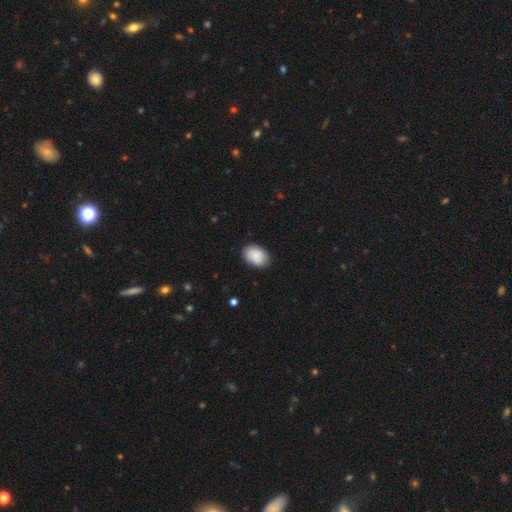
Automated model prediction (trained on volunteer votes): This is clearly a smooth galaxy (85%). How rounded: clearly in between (82%). Merging: clearly none (84%).